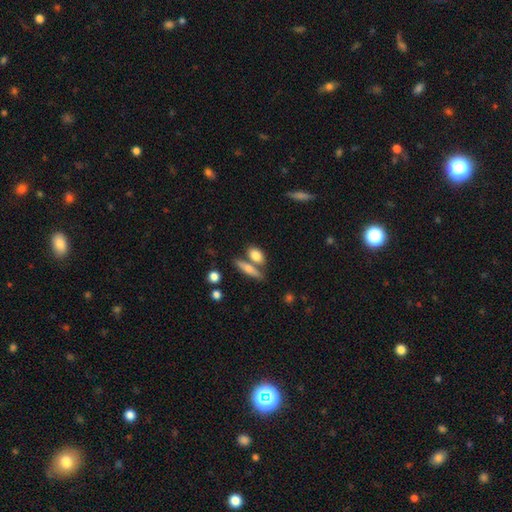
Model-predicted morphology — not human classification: smooth 76%, featured or disk 17%, star or artifact 7%. Down the decision tree: how rounded — in between (72%); merging — none (53%).